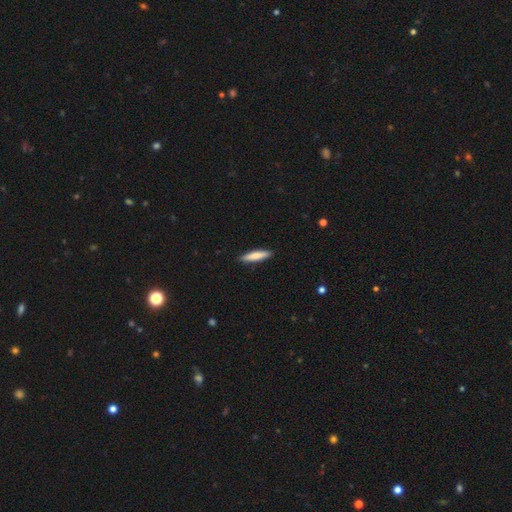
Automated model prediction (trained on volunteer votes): This is likely a smooth galaxy (76%). How rounded: clearly cigar-shaped (84%). Merging: clearly none (91%).